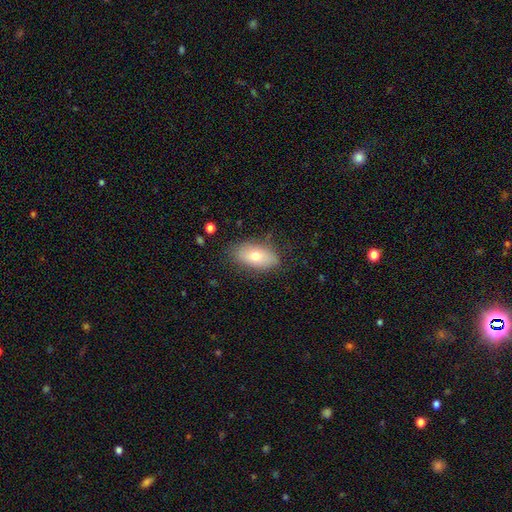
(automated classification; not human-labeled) Q: Smooth or featured?
A: smooth (70%); runner-up: featured or disk (22%)
Q: How rounded?
A: in between (90%); runner-up: round (5%)
Q: Merging?
A: none (80%); runner-up: minor disturbance (15%)